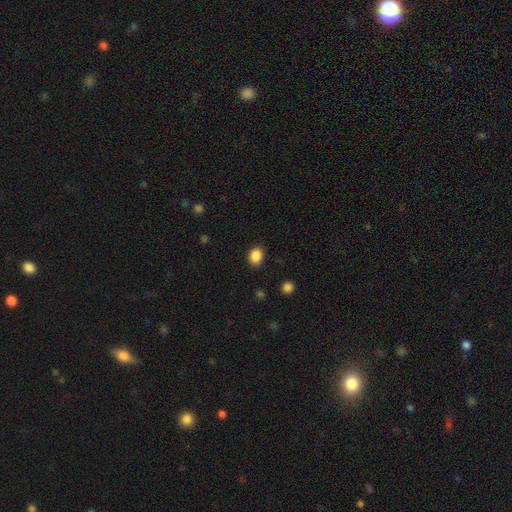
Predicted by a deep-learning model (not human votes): smooth 88%, star or artifact 9%, featured or disk 3%. Down the decision tree: how rounded — in between (57%); merging — none (86%).